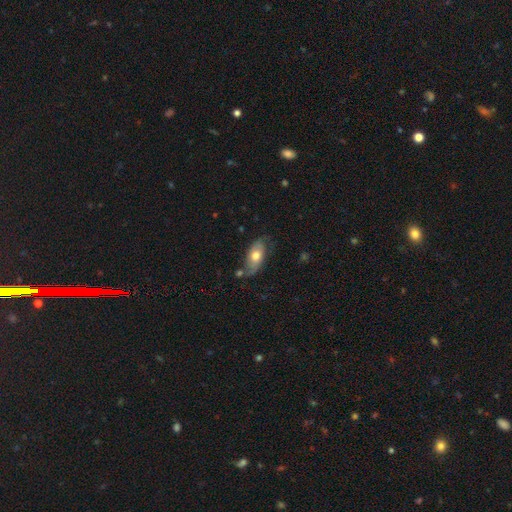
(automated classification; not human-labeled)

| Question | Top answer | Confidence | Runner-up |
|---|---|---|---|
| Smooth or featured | smooth | 47% | tied: featured or disk (47%) |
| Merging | none | 58% | minor disturbance (26%) |